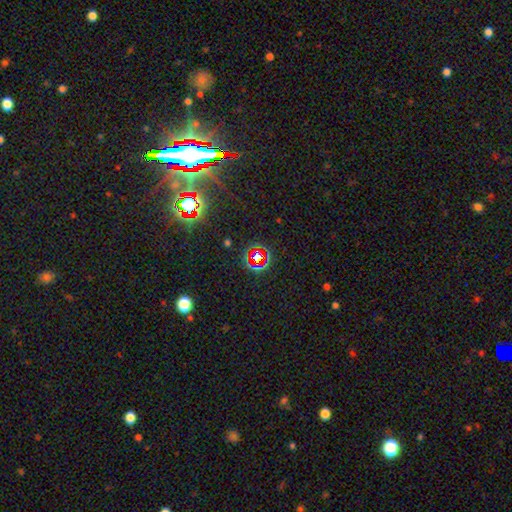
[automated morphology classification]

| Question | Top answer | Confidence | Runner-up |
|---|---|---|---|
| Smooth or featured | star or artifact | 70% | smooth (17%) |